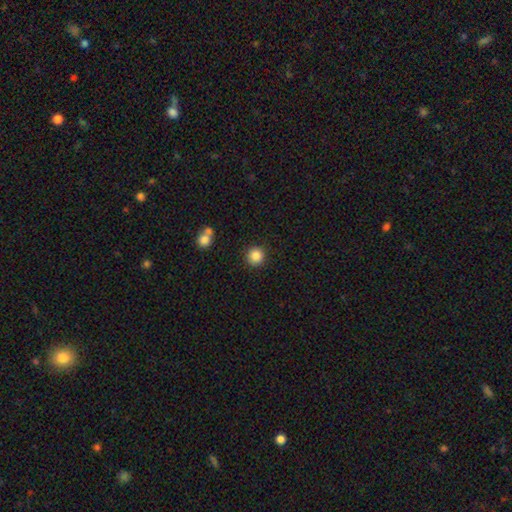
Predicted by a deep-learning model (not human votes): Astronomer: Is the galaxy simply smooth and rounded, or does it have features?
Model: smooth — 86%.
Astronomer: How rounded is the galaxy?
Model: round — 94%.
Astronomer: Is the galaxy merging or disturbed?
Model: none — 89%.